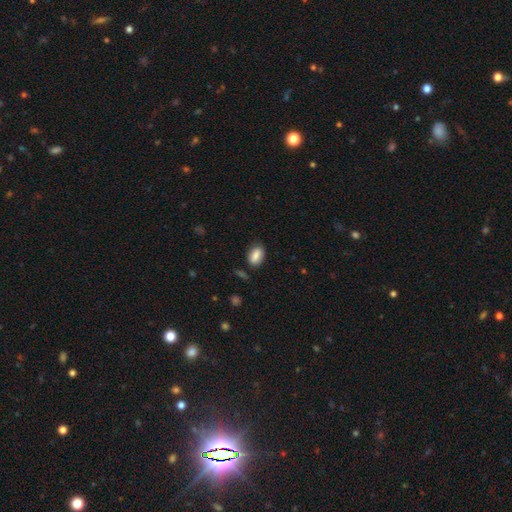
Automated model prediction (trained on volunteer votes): Smooth or featured? smooth (84%)
How rounded? in between (88%)
Merging? none (78%)